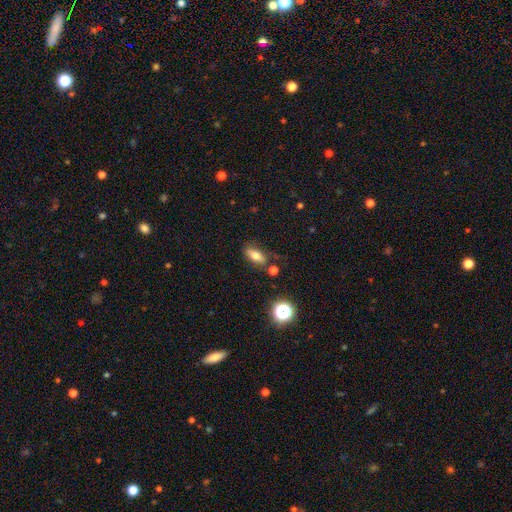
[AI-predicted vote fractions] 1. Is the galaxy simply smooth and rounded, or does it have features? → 70% smooth, 18% featured or disk, 12% star or artifact.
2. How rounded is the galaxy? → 72% in between, 22% cigar-shaped, 7% round.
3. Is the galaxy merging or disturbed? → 67% none, 19% minor disturbance, 7% major disturbance, 7% merger.